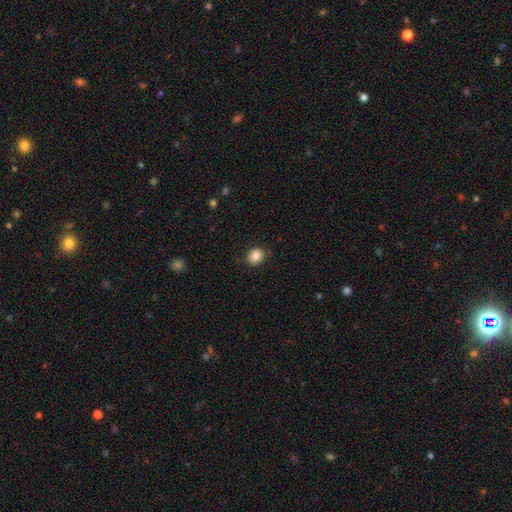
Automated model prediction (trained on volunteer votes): A smooth galaxy with no disk features (85%) that is round (81%).

Vote fractions:
- Smooth or featured? smooth: 85% / star or artifact: 10% / featured or disk: 5%
- How rounded? round: 81% / in between: 18% / cigar-shaped: 1%
- Merging? none: 87% / minor disturbance: 10% / major disturbance: 2% / merger: 1%